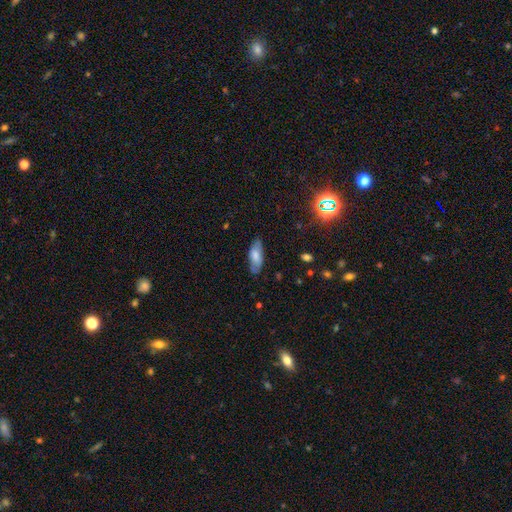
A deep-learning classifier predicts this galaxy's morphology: Smooth or featured? smooth (67%)
How rounded? in between (76%)
Merging? none (77%)